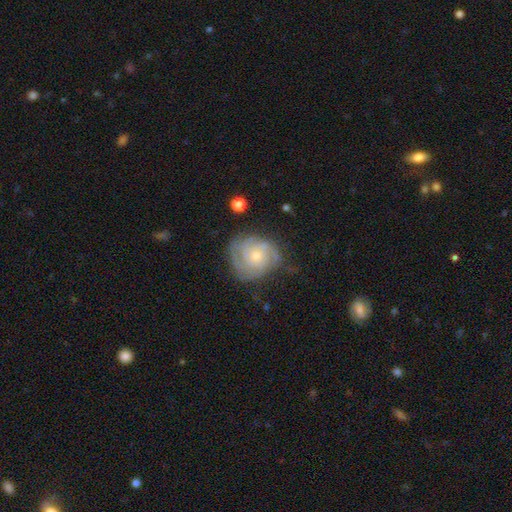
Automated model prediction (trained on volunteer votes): Q: Smooth or featured?
A: featured or disk (74%); runner-up: smooth (20%)
Q: Edge-on disk?
A: no (98%); runner-up: yes (2%)
Q: Bar?
A: no (79%); runner-up: weak (18%)
Q: Spiral arms?
A: yes (90%); runner-up: no (10%)
Q: Spiral winding?
A: tight (64%); runner-up: medium (28%)
Q: Spiral arm count?
A: can't tell (37%); runner-up: 3 (24%)
Q: Bulge size?
A: small (60%); runner-up: moderate (35%)
Q: Merging?
A: none (65%); runner-up: minor disturbance (23%)